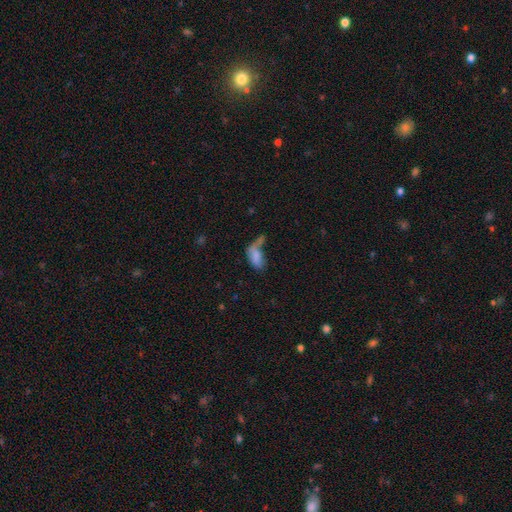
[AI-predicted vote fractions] This appears to be a smooth galaxy with no disk features (74%) that is in between round and cigar-shaped (89%). Merging: merger (32%).